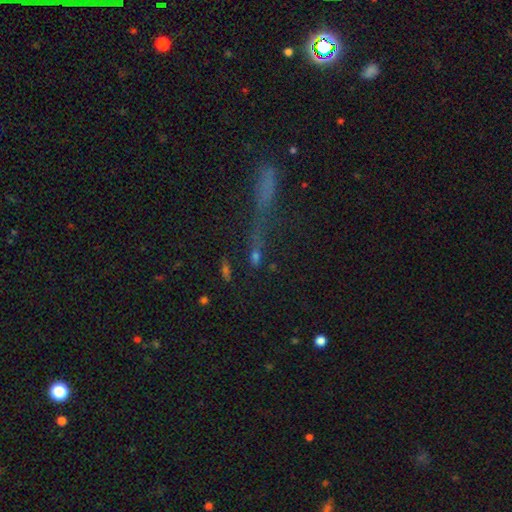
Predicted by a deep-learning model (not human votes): smooth_or_featured: star or artifact (p=0.41) [alt: smooth p=0.40]